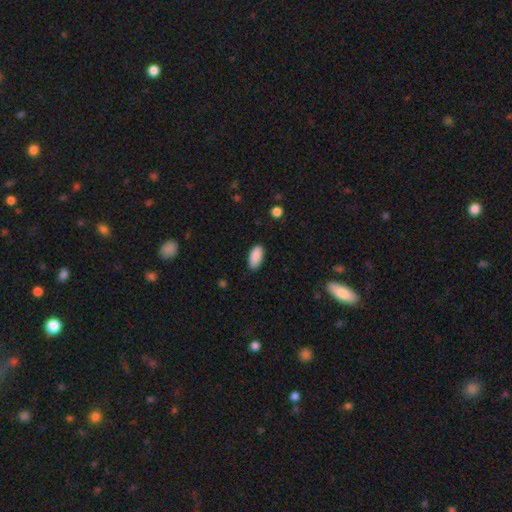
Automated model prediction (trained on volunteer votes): Smooth or featured? smooth (89%)
How rounded? in between (91%)
Merging? none (83%)